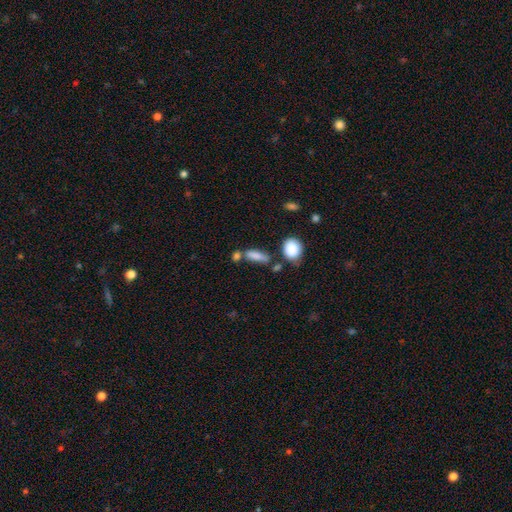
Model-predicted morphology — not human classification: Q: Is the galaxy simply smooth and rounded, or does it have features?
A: smooth — 80%.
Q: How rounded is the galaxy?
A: in between — 53%.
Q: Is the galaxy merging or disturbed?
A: none — 58%.